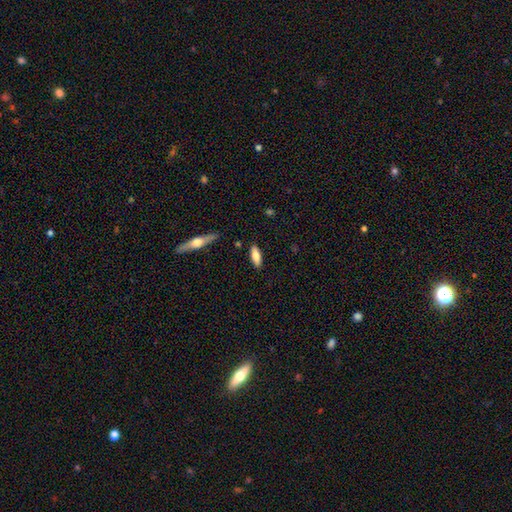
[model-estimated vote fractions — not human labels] A smooth galaxy with no disk features (72%) that is in between round and cigar-shaped (61%). Merging: none (85%).